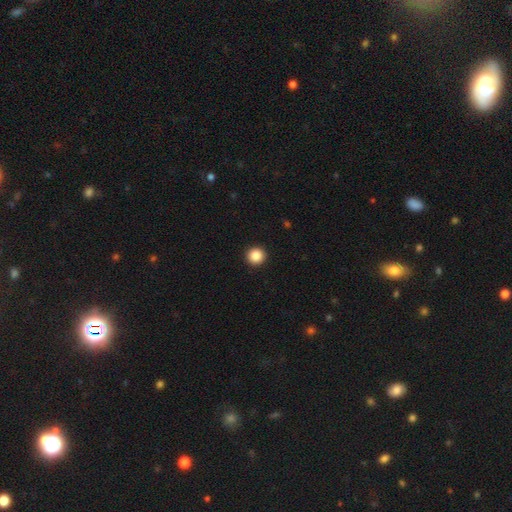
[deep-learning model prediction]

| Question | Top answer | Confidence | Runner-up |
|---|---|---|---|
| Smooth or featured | smooth | 87% | star or artifact (9%) |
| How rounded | round | 95% | in between (4%) |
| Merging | none | 94% | minor disturbance (4%) |